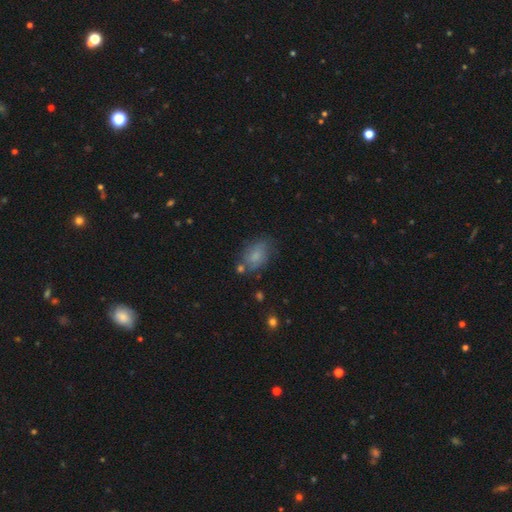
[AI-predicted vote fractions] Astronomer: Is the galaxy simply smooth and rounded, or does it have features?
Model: smooth — 72%.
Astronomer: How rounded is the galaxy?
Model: in between — 83%.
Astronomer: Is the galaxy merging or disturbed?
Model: none — 60%.